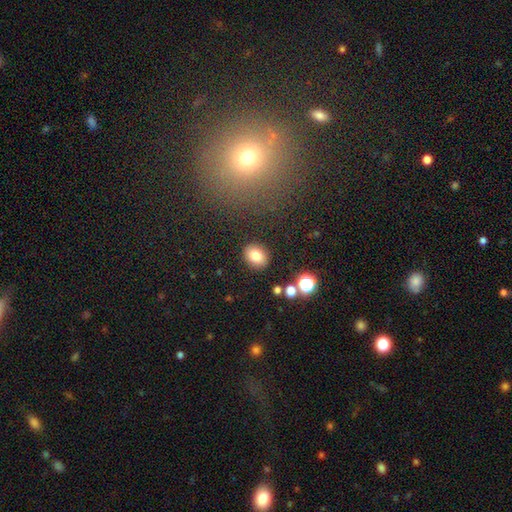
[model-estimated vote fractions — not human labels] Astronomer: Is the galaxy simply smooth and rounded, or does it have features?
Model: smooth — 81%.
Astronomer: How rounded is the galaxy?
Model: in between — 54% (runner-up: round, 45%).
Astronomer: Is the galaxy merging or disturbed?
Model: none — 88%.